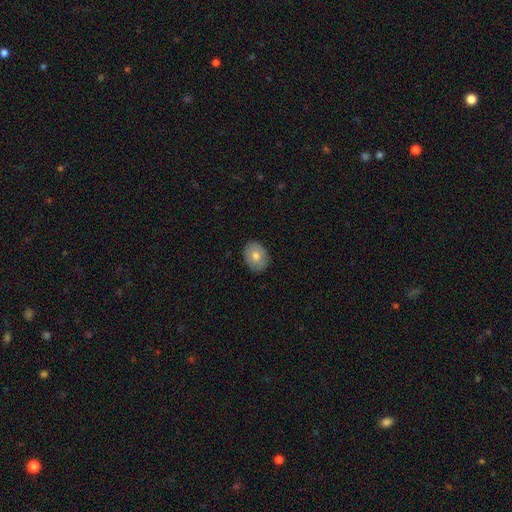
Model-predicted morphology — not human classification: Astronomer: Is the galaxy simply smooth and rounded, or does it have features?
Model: smooth — 72%.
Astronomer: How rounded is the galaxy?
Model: in between — 66%.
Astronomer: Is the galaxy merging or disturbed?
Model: none — 88%.